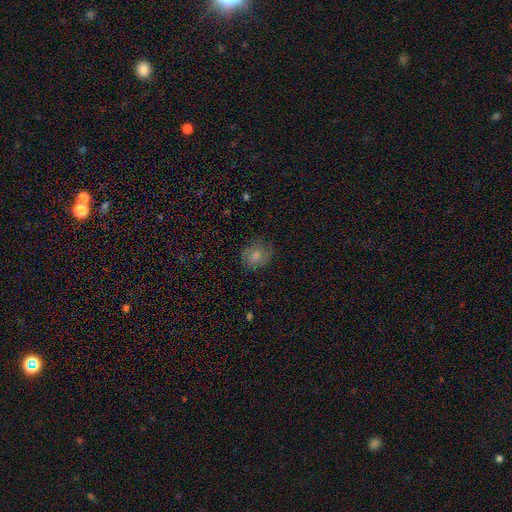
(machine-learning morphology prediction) smooth_or_featured: smooth (p=0.62) [alt: featured or disk p=0.28]
how_rounded: round (p=0.64) [alt: in between p=0.35]
merging: none (p=0.70) [alt: minor disturbance p=0.20]